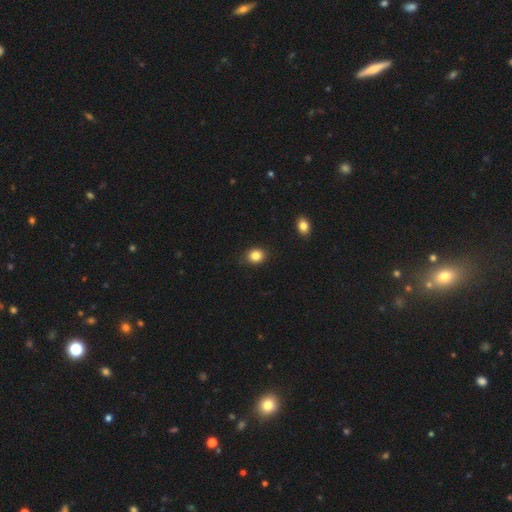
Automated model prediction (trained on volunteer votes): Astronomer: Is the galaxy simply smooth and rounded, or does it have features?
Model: smooth — 84%.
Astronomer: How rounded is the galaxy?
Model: round — 64%.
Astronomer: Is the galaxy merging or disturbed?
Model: none — 86%.